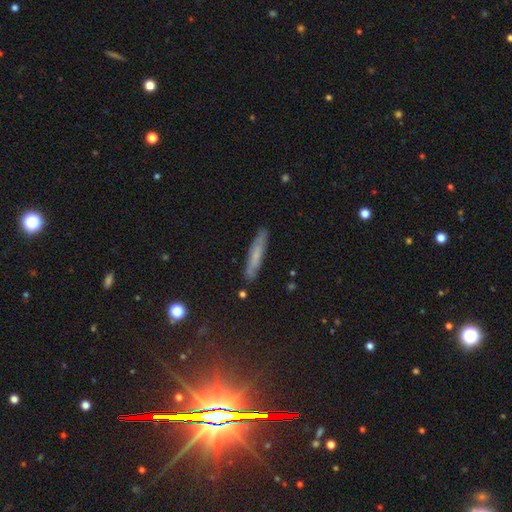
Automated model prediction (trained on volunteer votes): Q: Smooth or featured?
A: smooth (58%); runner-up: featured or disk (34%)
Q: How rounded?
A: cigar-shaped (91%); runner-up: in between (7%)
Q: Merging?
A: none (86%); runner-up: minor disturbance (11%)